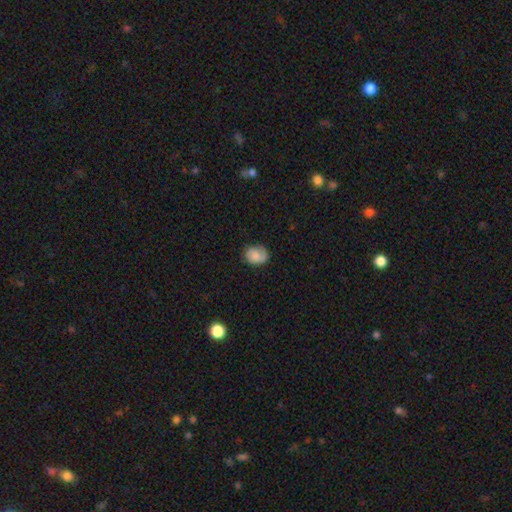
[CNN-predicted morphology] type=smooth (78%); roundness=in between (55%); merging=none (66%).